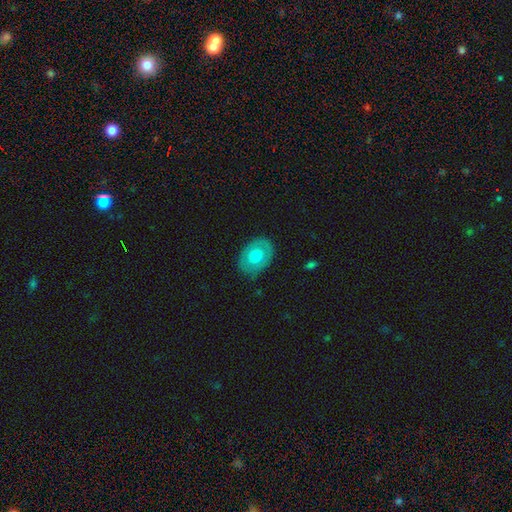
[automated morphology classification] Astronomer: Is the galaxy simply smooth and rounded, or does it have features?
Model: smooth — 60%.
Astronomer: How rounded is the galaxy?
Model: in between — 68%.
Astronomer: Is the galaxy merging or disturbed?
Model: none — 80%.